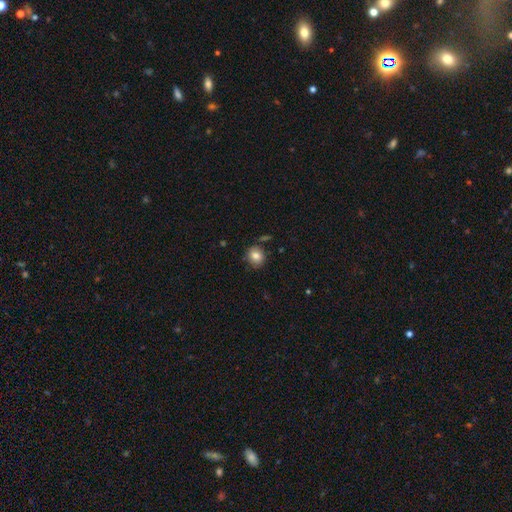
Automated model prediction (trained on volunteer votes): Smooth or featured: smooth — 81% (star or artifact — 10%)
How rounded: round — 80% (in between — 19%)
Merging: none — 80% (minor disturbance — 13%)